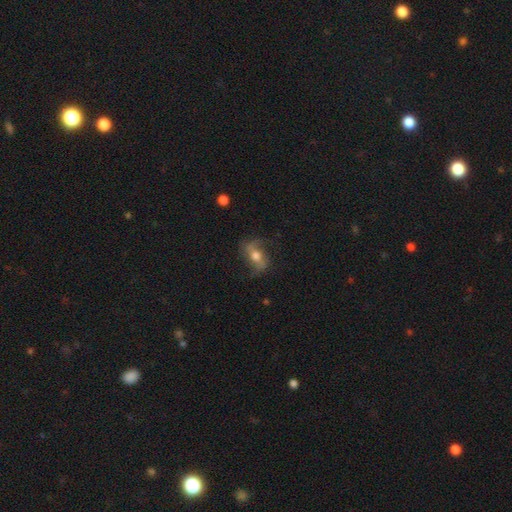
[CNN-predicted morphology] Smooth or featured? Predicted: featured or disk (p=0.63). Edge-on disk? Predicted: no (p=0.91). Bar? Predicted: no (p=0.44). Spiral arms? Predicted: yes (p=0.83). Bulge size? Predicted: moderate (p=0.66). Merging? Predicted: none (p=0.66).